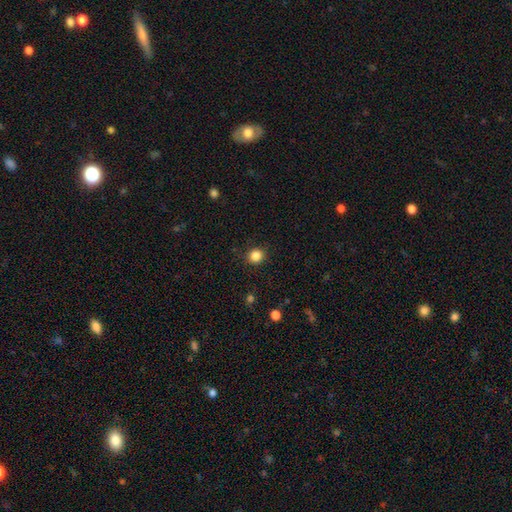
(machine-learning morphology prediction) A smooth galaxy with no disk features (85%) that is round (90%). Merging: none (90%).